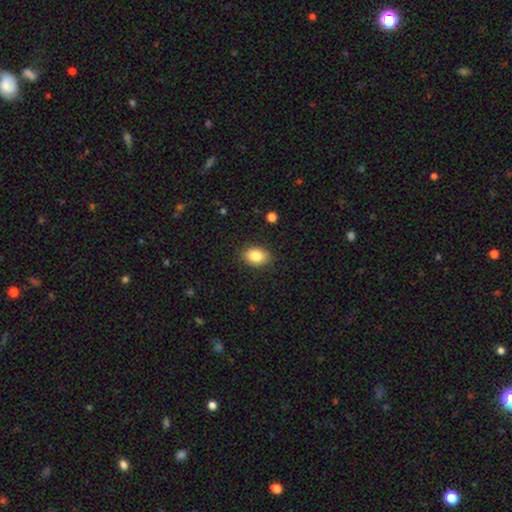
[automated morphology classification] smooth 85%, star or artifact 9%, featured or disk 7%. Down the decision tree: how rounded — in between (77%); merging — none (87%).